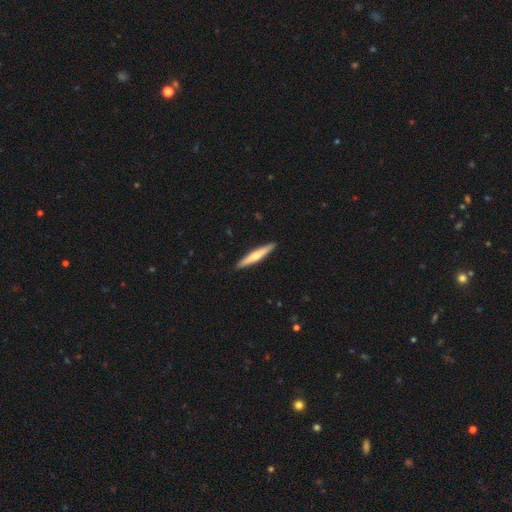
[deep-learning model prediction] Smooth or featured: featured or disk — 48% (smooth — 47%)
Merging: none — 92% (minor disturbance — 6%)